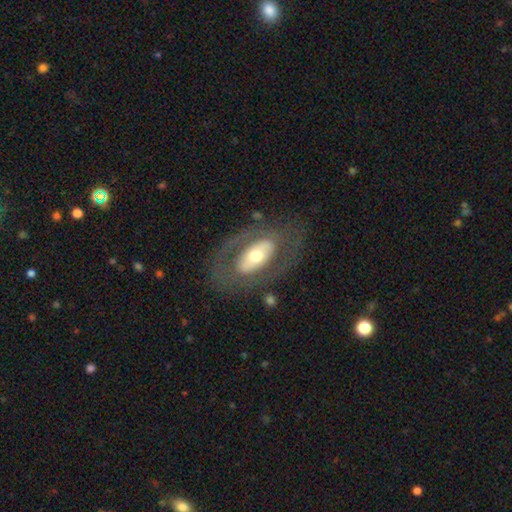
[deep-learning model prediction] A featured or disk galaxy (62%) with no bar (57%), no spiral arms (69%) and a moderate central bulge (62%).

Vote fractions:
- Smooth or featured? featured or disk: 62% / smooth: 33% / star or artifact: 6%
- Edge-on disk? no: 89% / yes: 11%
- Bar? no: 57% / strong: 24% / weak: 20%
- Spiral arms? no: 69% / yes: 31%
- Bulge size? moderate: 62% / large: 18% / small: 16% / dominant: 2% / none: 1%
- Merging? none: 72% / minor disturbance: 13% / major disturbance: 13% / merger: 2%